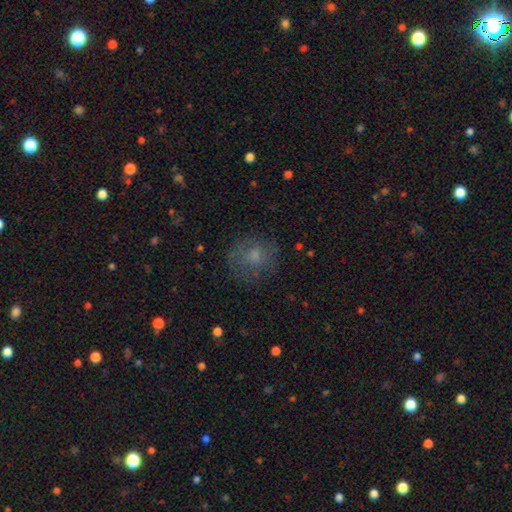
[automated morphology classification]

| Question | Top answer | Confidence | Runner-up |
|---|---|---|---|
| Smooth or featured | smooth | 56% | featured or disk (30%) |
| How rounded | round | 79% | in between (20%) |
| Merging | none | 69% | minor disturbance (17%) |